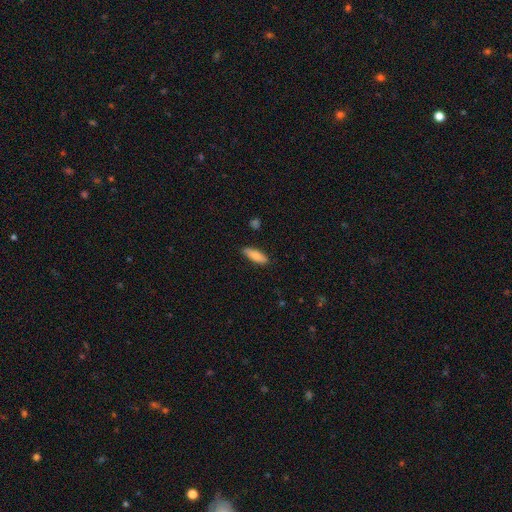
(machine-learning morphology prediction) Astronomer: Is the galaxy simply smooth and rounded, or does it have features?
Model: smooth — 83%.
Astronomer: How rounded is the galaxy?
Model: in between — 56% (runner-up: cigar-shaped, 42%).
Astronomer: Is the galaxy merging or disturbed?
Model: none — 84%.